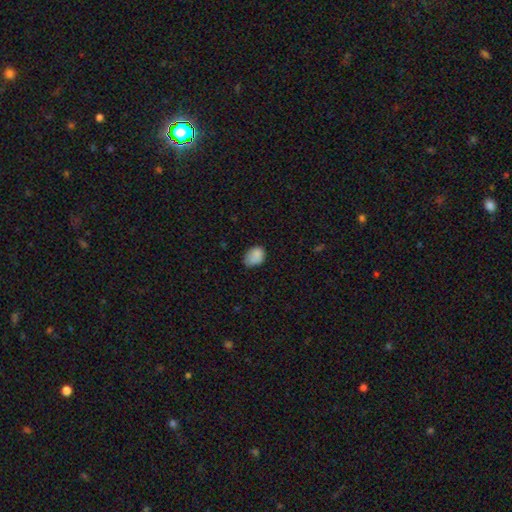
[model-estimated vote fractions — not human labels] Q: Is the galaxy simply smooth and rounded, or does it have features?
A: smooth — 85%.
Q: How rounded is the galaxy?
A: in between — 72%.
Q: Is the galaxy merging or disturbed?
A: none — 57%.